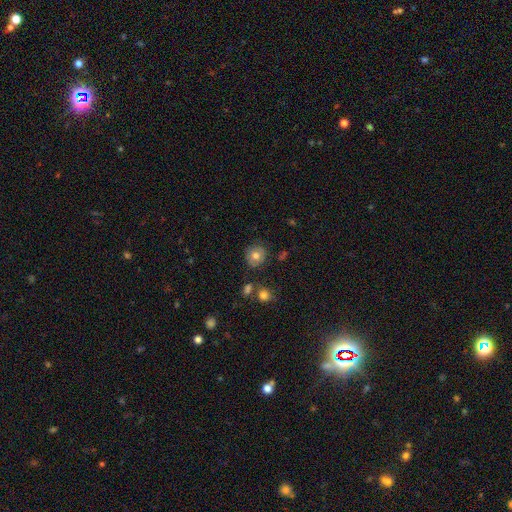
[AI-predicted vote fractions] A smooth galaxy with no disk features (72%) that is round (85%).

Vote fractions:
- Smooth or featured? smooth: 72% / featured or disk: 17% / star or artifact: 10%
- How rounded? round: 85% / in between: 14% / cigar-shaped: 1%
- Merging? none: 78% / minor disturbance: 14% / merger: 4% / major disturbance: 4%